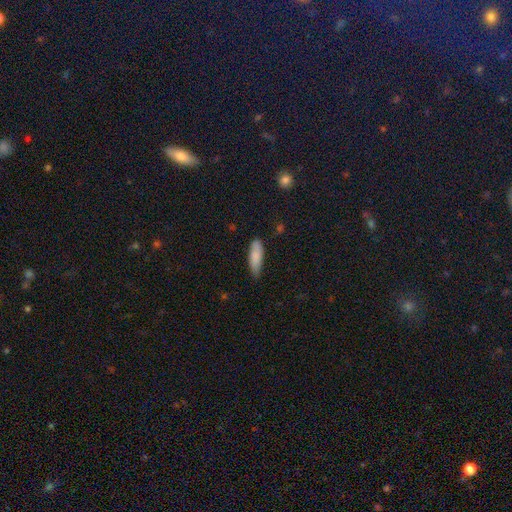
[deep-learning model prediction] A smooth galaxy with no disk features (85%) that is in between round and cigar-shaped (54%). Merging: none (68%).